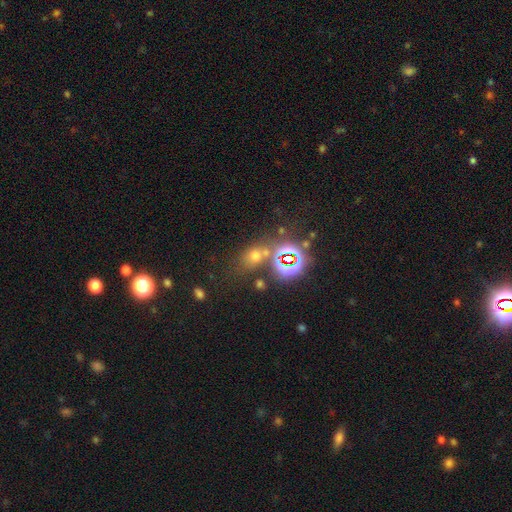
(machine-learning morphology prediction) A smooth galaxy with no disk features (54%) that is in between round and cigar-shaped (50%). Merging: none (56%).